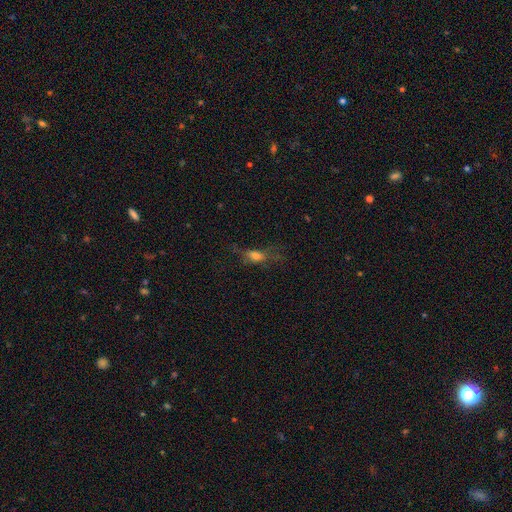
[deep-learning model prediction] This appears to be a smooth galaxy with no disk features (58%) that is in between round and cigar-shaped (59%). Merging: none (44%).